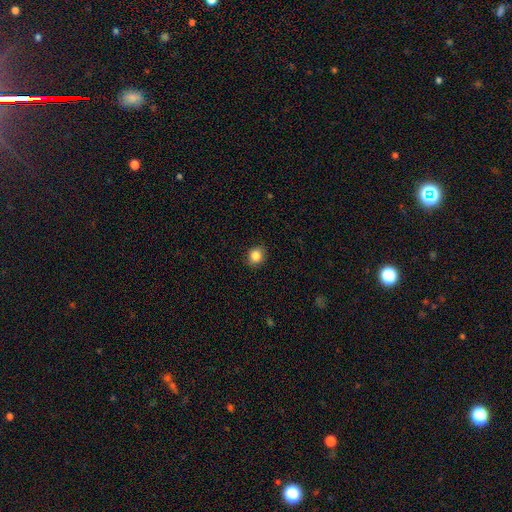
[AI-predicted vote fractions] Smooth or featured? smooth (85%)
How rounded? round (76%)
Merging? none (89%)